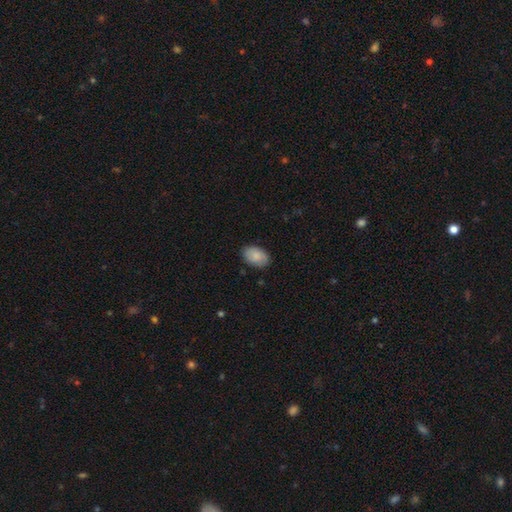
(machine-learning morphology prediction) This is clearly a smooth galaxy (86%). How rounded: clearly in between (88%). Merging: clearly none (85%).